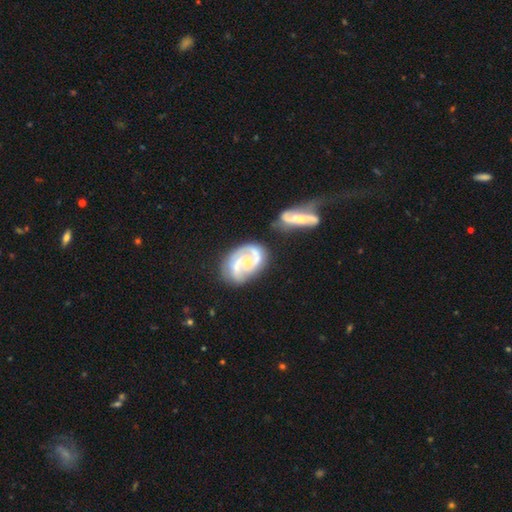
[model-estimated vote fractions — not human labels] Overall: featured or disk (88%). Edge-on disk: no (97%). Bar: no (55%; weak 34%). Spiral arms: yes (97%). Spiral arm count: 2 (75%). Spiral winding: medium (49%; tight 39%). Bulge size: small (53%; moderate 37%). Merging: none (53%; minor disturbance 21%).